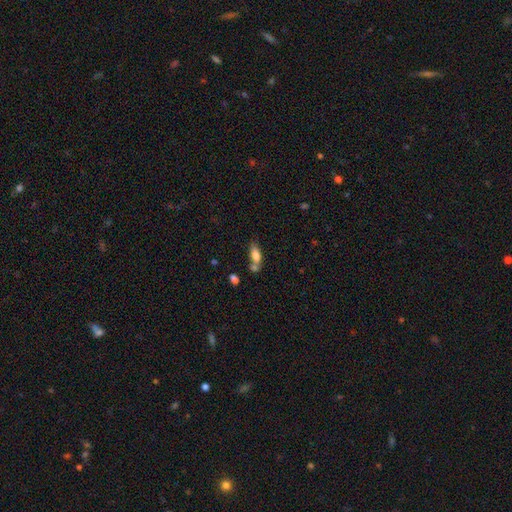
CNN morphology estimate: type=smooth (75%); roundness=in between (78%); merging=none (45%).